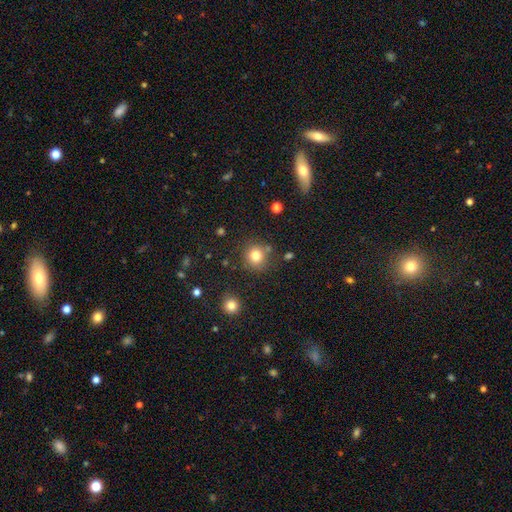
smooth-or-featured: smooth: 87% | star or artifact: 8% | featured or disk: 5%
  how-rounded: round: 85% | in between: 15% | cigar-shaped: 0%
  merging: none: 77% | minor disturbance: 17% | major disturbance: 3% | merger: 3%